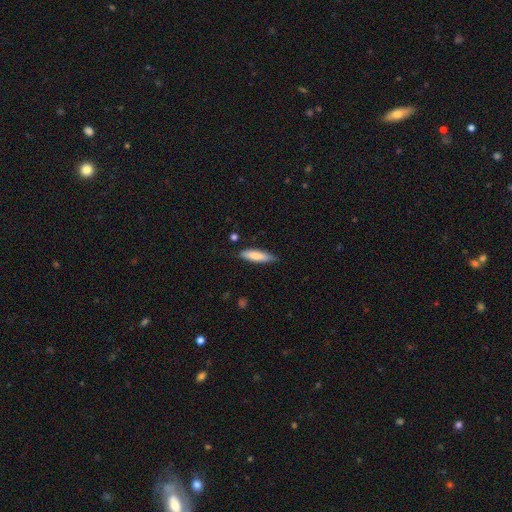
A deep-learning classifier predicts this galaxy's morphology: Q: Smooth or featured?
A: smooth (80%); runner-up: featured or disk (14%)
Q: How rounded?
A: cigar-shaped (69%); runner-up: in between (30%)
Q: Merging?
A: none (80%); runner-up: minor disturbance (16%)